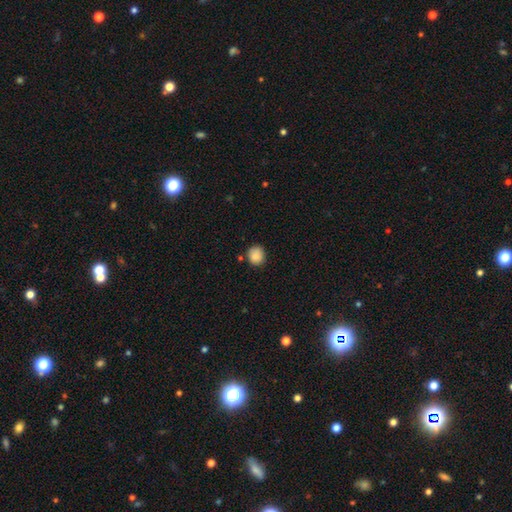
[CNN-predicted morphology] The model was most divided on "how rounded": round: 82%, in between: 18%, cigar-shaped: 1%. More confident: smooth or featured — smooth (88%); merging — none (79%).